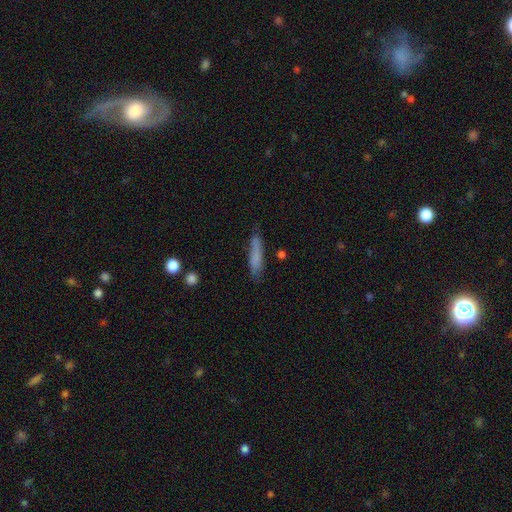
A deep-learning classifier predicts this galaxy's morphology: Q: Smooth or featured?
A: smooth (74%); runner-up: featured or disk (18%)
Q: How rounded?
A: cigar-shaped (82%); runner-up: in between (16%)
Q: Merging?
A: none (72%); runner-up: minor disturbance (20%)